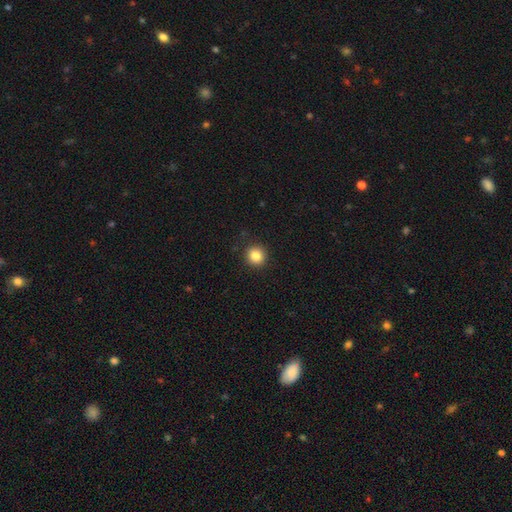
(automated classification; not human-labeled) Smooth or featured? Predicted: smooth (p=0.84). How rounded? Predicted: round (p=0.94). Merging? Predicted: none (p=0.91).